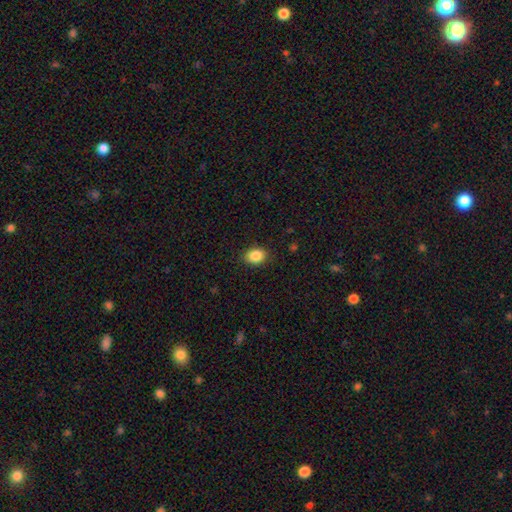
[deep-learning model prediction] smooth 87%, star or artifact 9%, featured or disk 5%. Down the decision tree: how rounded — in between (59%); merging — none (86%).